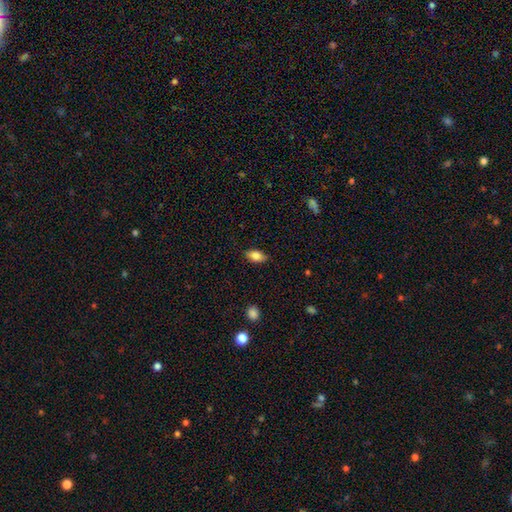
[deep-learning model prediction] Smooth or featured? smooth (81%)
How rounded? in between (88%)
Merging? none (84%)